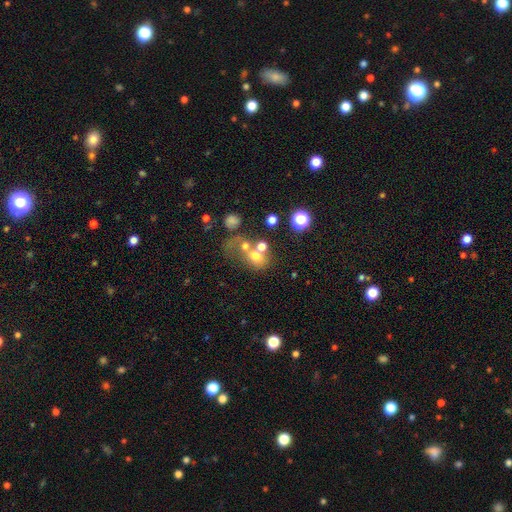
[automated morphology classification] smooth 59%, featured or disk 23%, star or artifact 18%. Down the decision tree: how rounded — round (58%); merging — merger (47%).